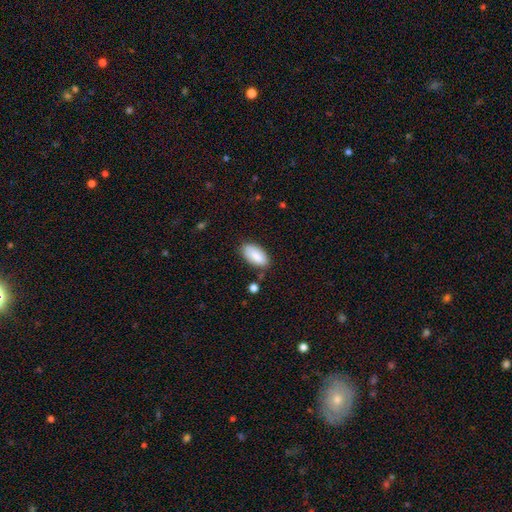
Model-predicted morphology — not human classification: This appears to be a smooth galaxy with no disk features (86%) that is in between round and cigar-shaped (93%). Merging: none (78%).